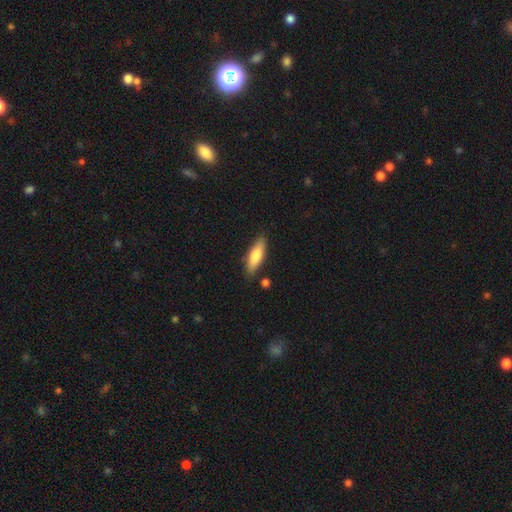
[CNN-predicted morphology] Smooth or featured? Predicted: smooth (p=0.74). How rounded? Predicted: cigar-shaped (p=0.51). Merging? Predicted: none (p=0.82).